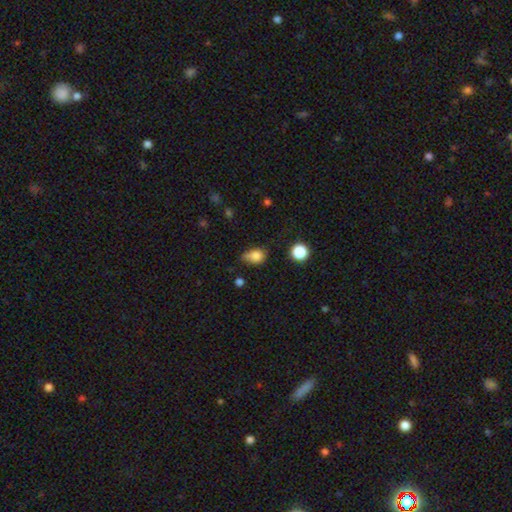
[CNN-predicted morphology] type=smooth (79%); roundness=in between (63%); merging=minor disturbance (41%).